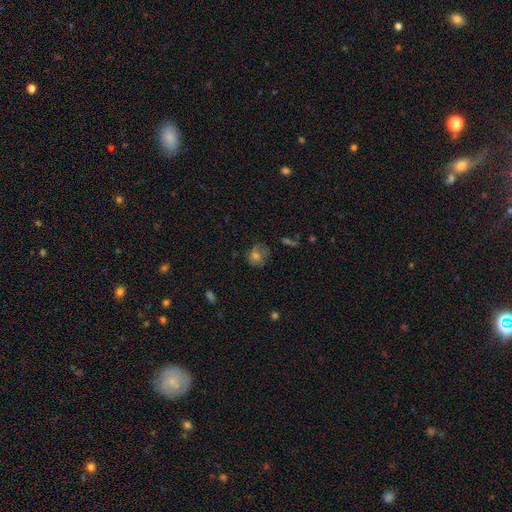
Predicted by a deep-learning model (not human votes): A smooth galaxy with no disk features (63%) that is round (65%). Merging: none (57%).